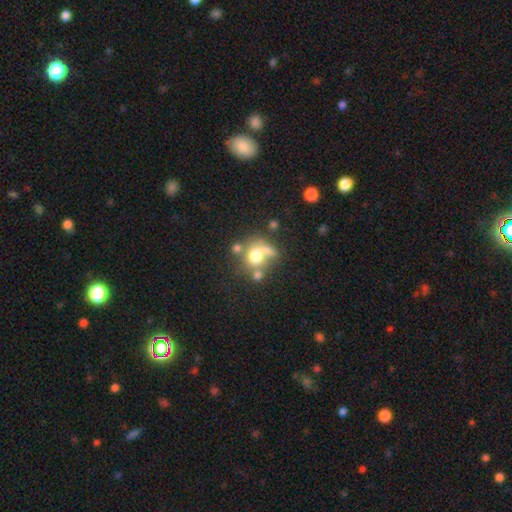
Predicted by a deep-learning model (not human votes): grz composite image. It shows a smooth galaxy with no disk features (66%) that is round (77%). Merging: none (38%).